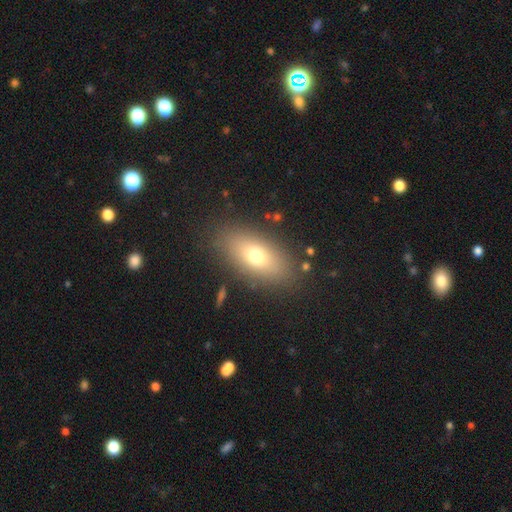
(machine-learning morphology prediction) The model was most divided on "smooth or featured": smooth: 70%, featured or disk: 19%, star or artifact: 10%. More confident: how rounded — in between (85%); merging — none (84%).